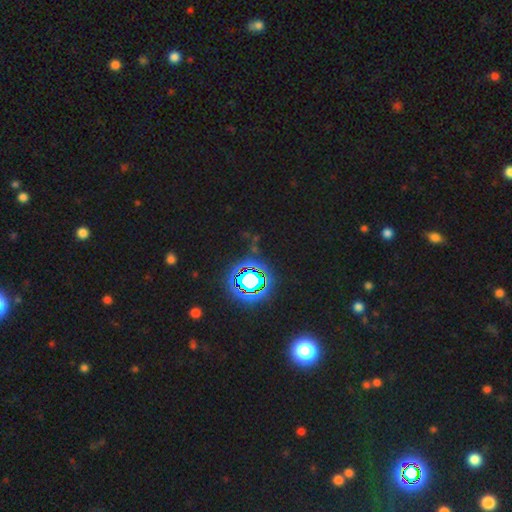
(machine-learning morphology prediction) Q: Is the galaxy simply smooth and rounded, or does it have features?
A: star or artifact — 80%.